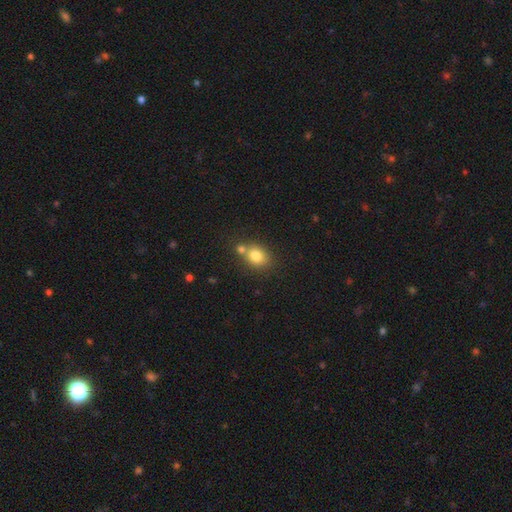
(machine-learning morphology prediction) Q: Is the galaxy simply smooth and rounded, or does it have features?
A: smooth — 79%.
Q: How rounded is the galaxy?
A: round — 57%.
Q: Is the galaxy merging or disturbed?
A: none — 57%.